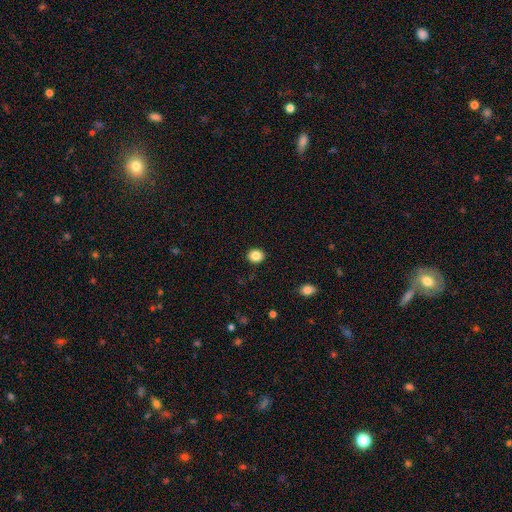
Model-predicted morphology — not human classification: This is clearly a smooth galaxy (85%). How rounded: likely round (71%). Merging: clearly none (91%).